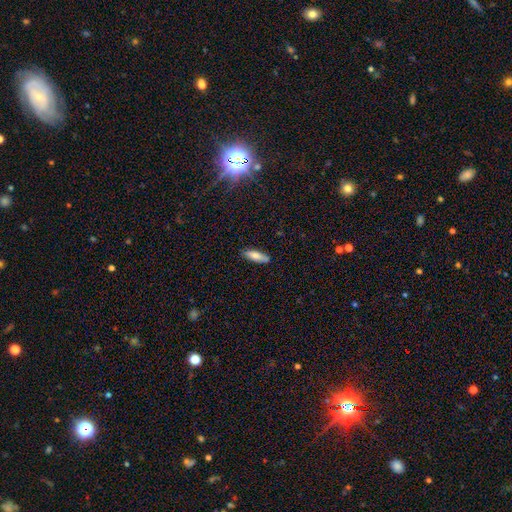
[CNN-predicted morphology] A smooth galaxy with no disk features (80%) that is in between round and cigar-shaped (49%, tied with cigar-shaped).

Vote fractions:
- Smooth or featured? smooth: 80% / featured or disk: 14% / star or artifact: 7%
- How rounded? in between: 49% (tied) / cigar-shaped: 49% (tied) / round: 2%
- Merging? none: 85% / minor disturbance: 12% / major disturbance: 2% / merger: 1%